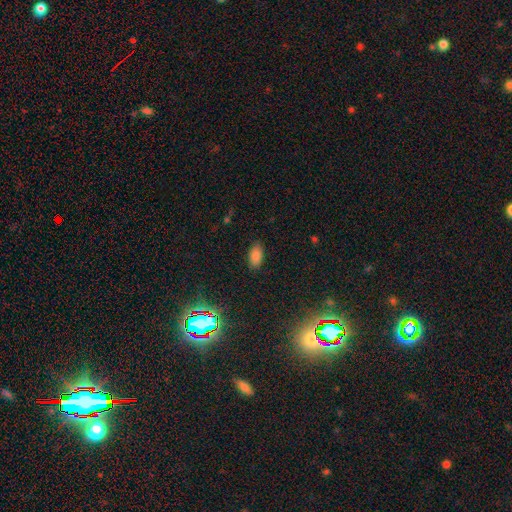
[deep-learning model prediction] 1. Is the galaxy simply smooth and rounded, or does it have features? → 82% smooth, 13% star or artifact, 5% featured or disk.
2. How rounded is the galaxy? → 92% in between, 4% cigar-shaped, 4% round.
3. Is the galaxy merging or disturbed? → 86% none, 10% minor disturbance, 3% major disturbance, 1% merger.